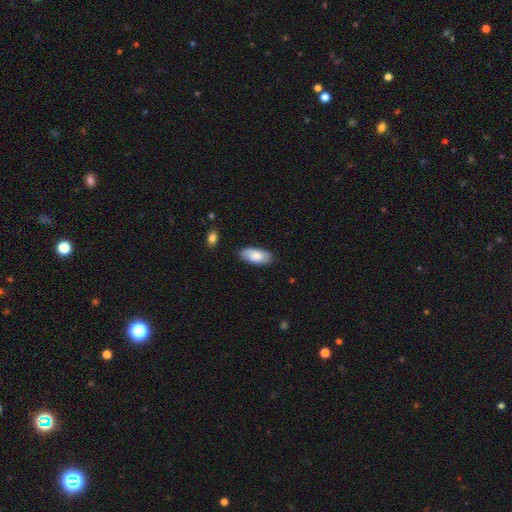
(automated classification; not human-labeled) This is likely a smooth galaxy (75%). How rounded: clearly in between (92%). Merging: likely none (79%).